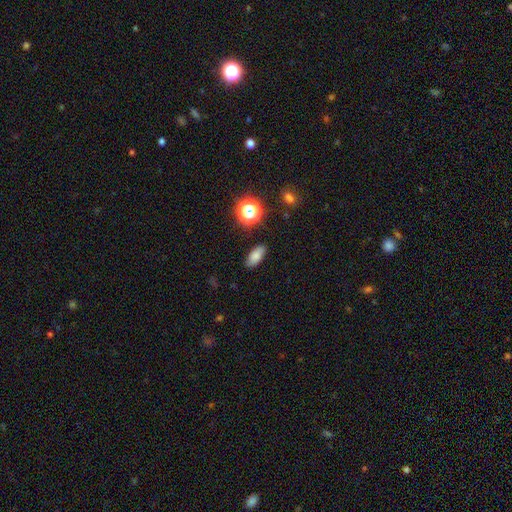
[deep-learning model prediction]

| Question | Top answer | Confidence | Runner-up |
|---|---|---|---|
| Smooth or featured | smooth | 78% | star or artifact (12%) |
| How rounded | in between | 84% | cigar-shaped (8%) |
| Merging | none | 84% | minor disturbance (12%) |